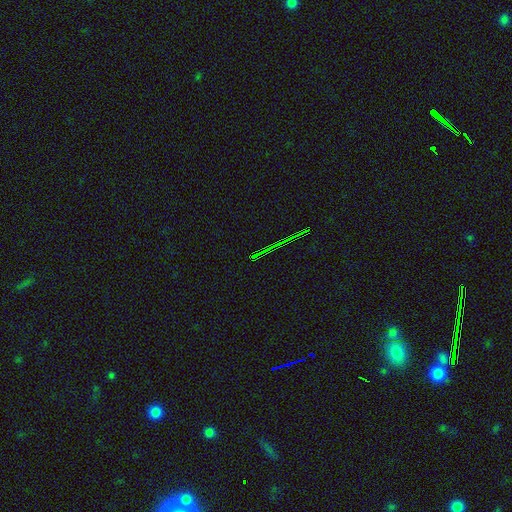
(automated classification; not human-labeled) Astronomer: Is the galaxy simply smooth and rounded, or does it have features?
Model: star or artifact — 78%.